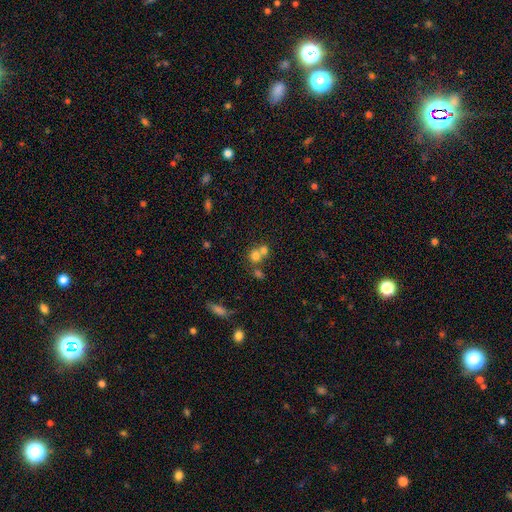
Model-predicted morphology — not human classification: This is likely a smooth galaxy (72%). How rounded: clearly round (83%). Merging: possibly merger (52%).